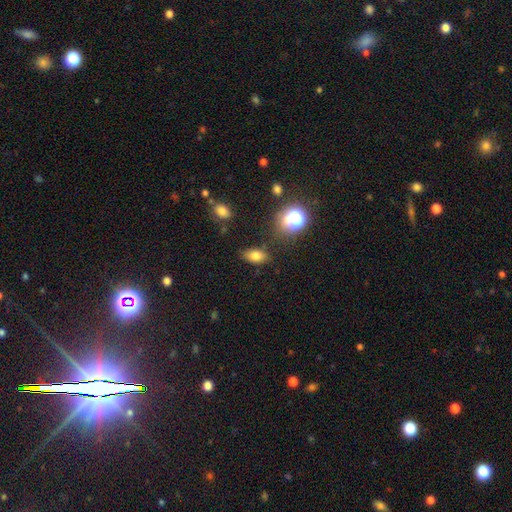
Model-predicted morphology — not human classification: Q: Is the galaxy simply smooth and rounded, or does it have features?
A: smooth — 76%.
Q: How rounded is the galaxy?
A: in between — 86%.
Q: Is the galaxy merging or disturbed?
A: none — 80%.